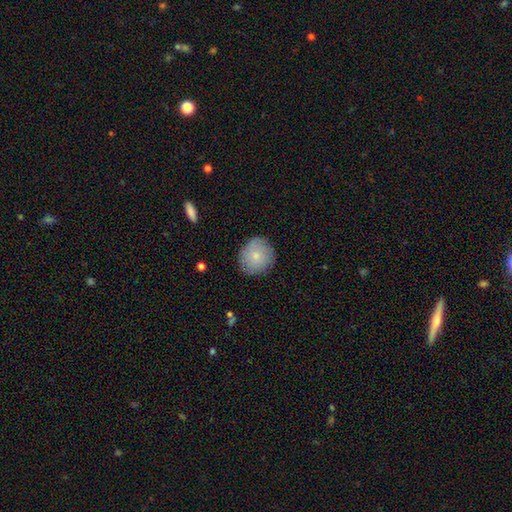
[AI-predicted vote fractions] smooth_or_featured: smooth (p=0.77) [alt: featured or disk p=0.16]
how_rounded: round (p=0.87) [alt: in between p=0.12]
merging: none (p=0.83) [alt: minor disturbance p=0.14]